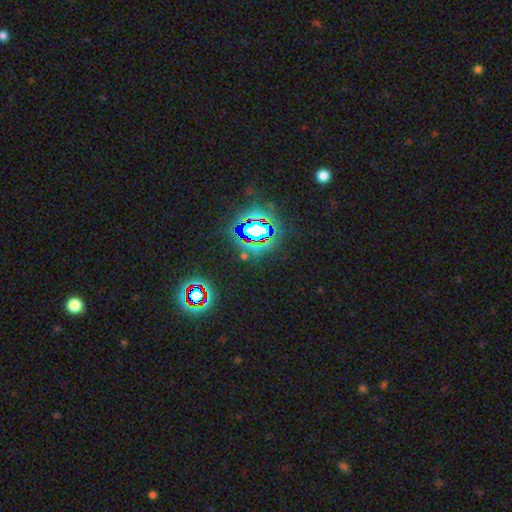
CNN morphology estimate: A star or artifact, not a galaxy (78%).

Vote fractions:
- Smooth or featured? star or artifact: 78% / smooth: 13% / featured or disk: 9%